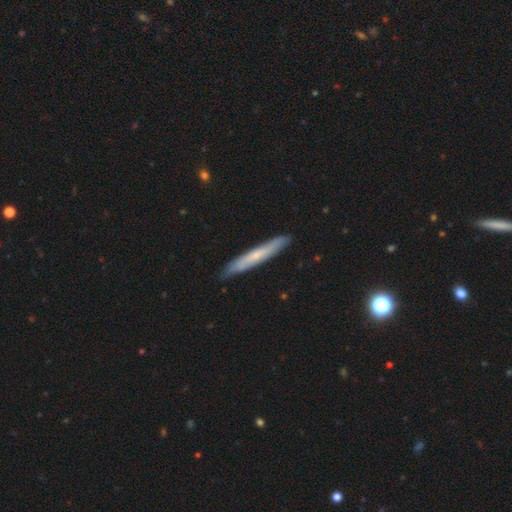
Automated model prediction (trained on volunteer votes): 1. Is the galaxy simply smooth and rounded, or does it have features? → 49% smooth, 45% featured or disk, 6% star or artifact.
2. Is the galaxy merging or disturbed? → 88% none, 9% minor disturbance, 1% major disturbance, 1% merger.